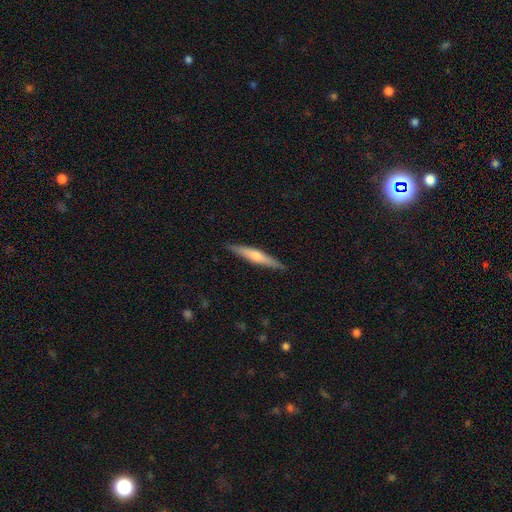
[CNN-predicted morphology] Overall: featured or disk (51%; smooth 43%). Edge-on disk: yes (96%). Merging: none (90%).